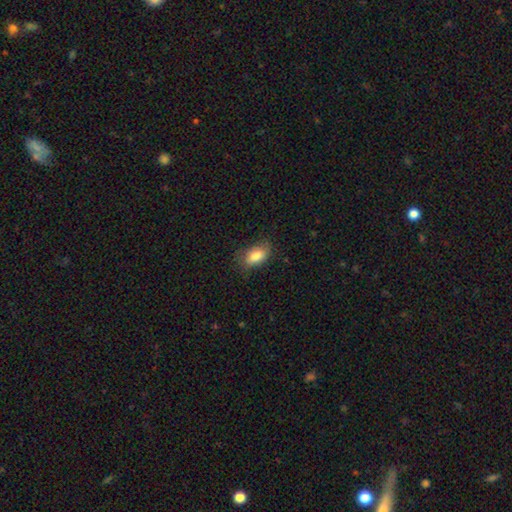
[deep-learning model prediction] smooth_or_featured: smooth (p=0.84) [alt: featured or disk p=0.09]
how_rounded: in between (p=0.90) [alt: round p=0.07]
merging: none (p=0.75) [alt: minor disturbance p=0.19]